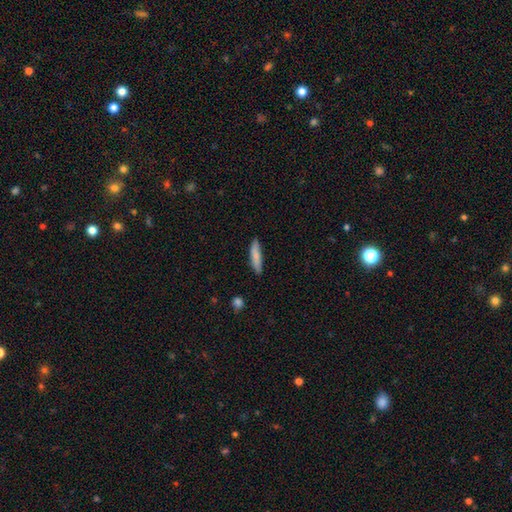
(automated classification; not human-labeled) Morphology: type=smooth (80%); roundness=cigar-shaped (81%); merging=none (83%).